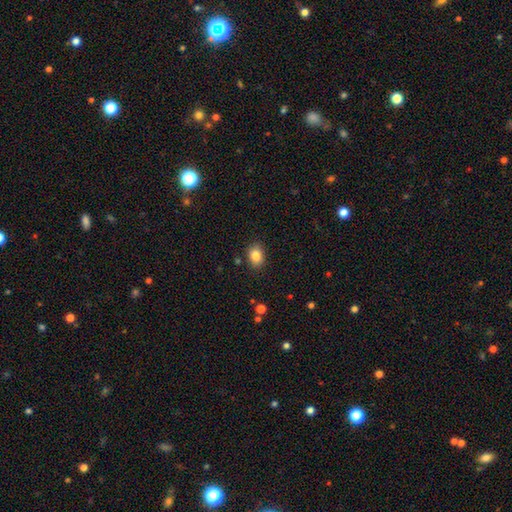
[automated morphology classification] Overall: smooth (84%). How rounded: in between (62%; round 37%). Merging: none (86%).